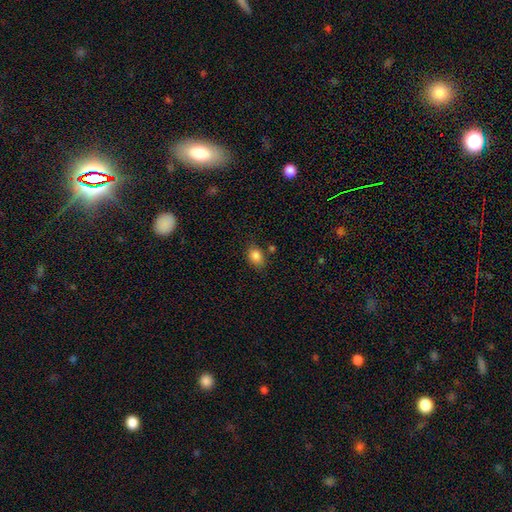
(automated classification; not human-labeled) Smooth or featured? smooth (85%)
How rounded? in between (70%)
Merging? none (72%)